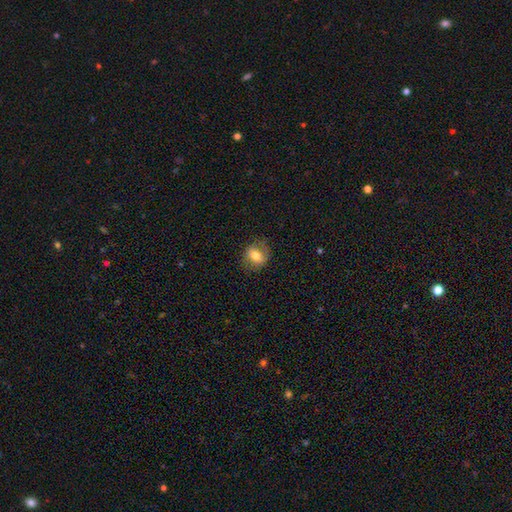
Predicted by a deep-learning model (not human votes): This is likely a smooth galaxy (67%). How rounded: possibly round (52%). Merging: likely none (76%).